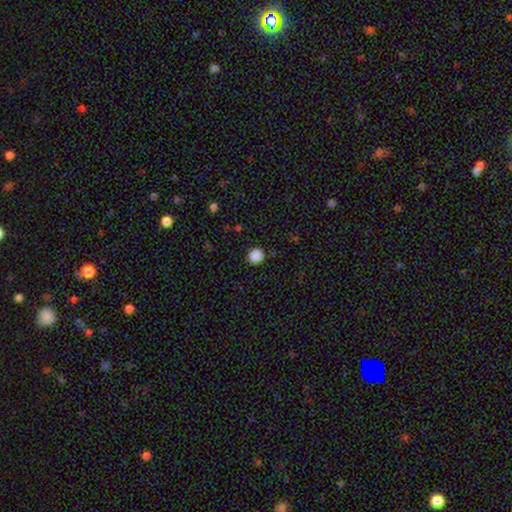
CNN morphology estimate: The model was most divided on "smooth or featured": smooth: 88%, star or artifact: 10%, featured or disk: 2%. More confident: merging — none (91%); how rounded — round (89%).